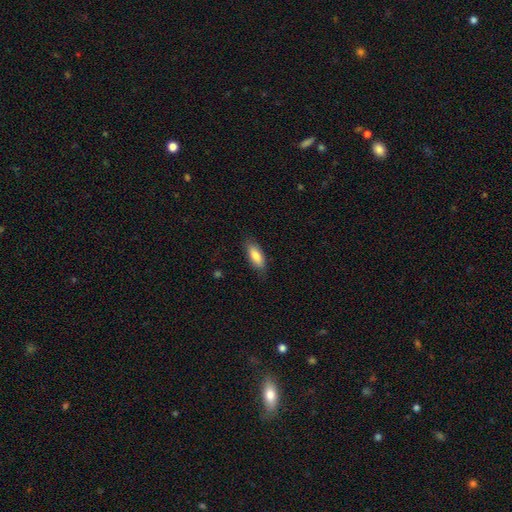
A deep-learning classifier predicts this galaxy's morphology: A smooth galaxy with no disk features (81%) that is in between round and cigar-shaped (71%).

Vote fractions:
- Smooth or featured? smooth: 81% / featured or disk: 13% / star or artifact: 6%
- How rounded? in between: 71% / cigar-shaped: 27% / round: 2%
- Merging? none: 81% / minor disturbance: 15% / major disturbance: 3% / merger: 1%